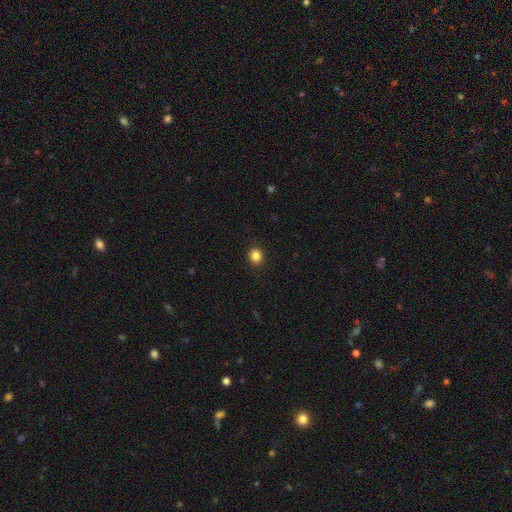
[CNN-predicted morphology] smooth-or-featured: smooth: 85% | star or artifact: 11% | featured or disk: 4%
  how-rounded: round: 70% | in between: 29% | cigar-shaped: 1%
  merging: none: 91% | minor disturbance: 6% | major disturbance: 2% | merger: 1%